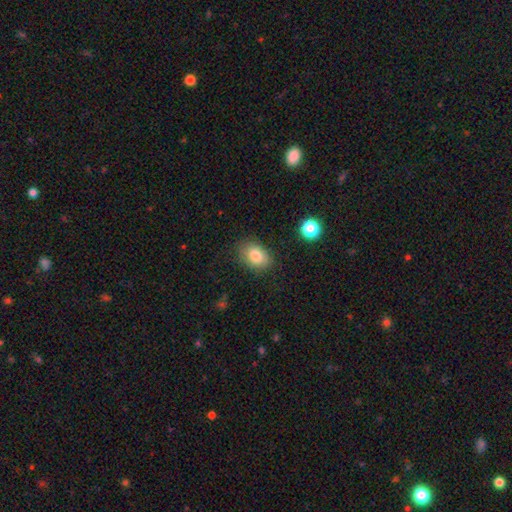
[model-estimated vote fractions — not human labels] Overall: smooth (83%). How rounded: in between (80%). Merging: none (81%).